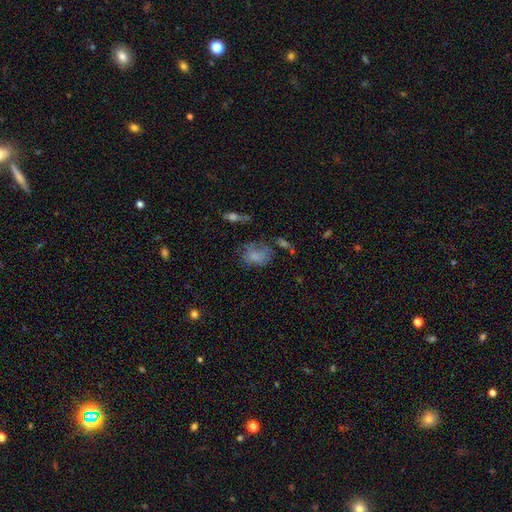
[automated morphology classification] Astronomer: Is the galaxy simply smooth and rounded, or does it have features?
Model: smooth — 62%.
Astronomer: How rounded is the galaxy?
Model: in between — 64%.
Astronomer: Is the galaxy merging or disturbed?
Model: none — 43% (runner-up: minor disturbance, 26%).